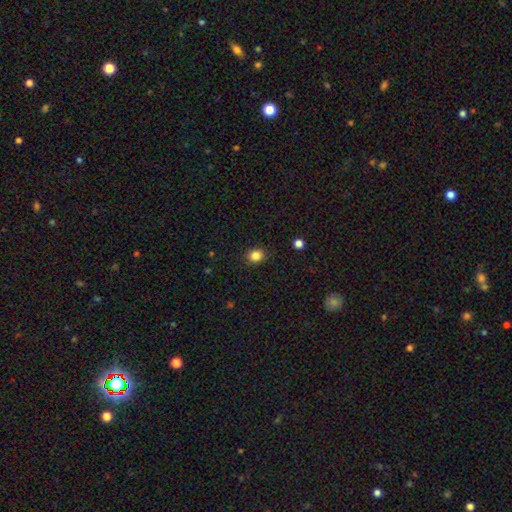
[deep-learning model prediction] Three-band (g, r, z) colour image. It shows a smooth galaxy with no disk features (84%) that is round (78%). Merging: none (89%).